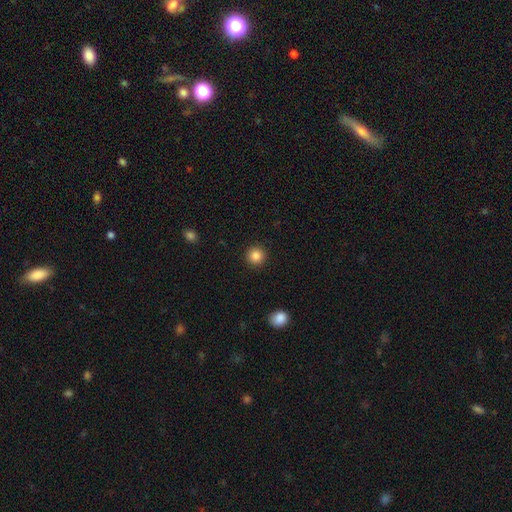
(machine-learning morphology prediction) type=smooth (86%); roundness=round (95%); merging=none (93%).